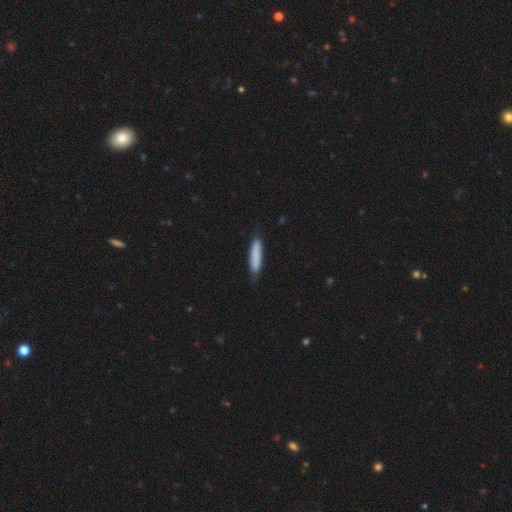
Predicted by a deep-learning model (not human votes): The model was most divided on "merging": none: 77%, minor disturbance: 19%, major disturbance: 3%, merger: 2%. More confident: how rounded — cigar-shaped (86%); smooth or featured — smooth (83%).